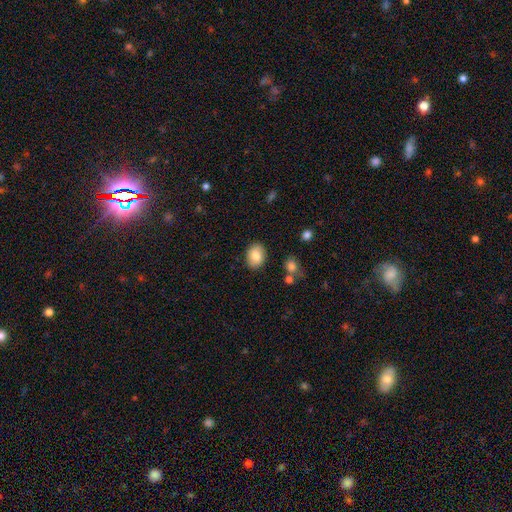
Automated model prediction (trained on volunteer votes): This is clearly a smooth galaxy (83%). How rounded: likely in between (67%). Merging: clearly none (86%).